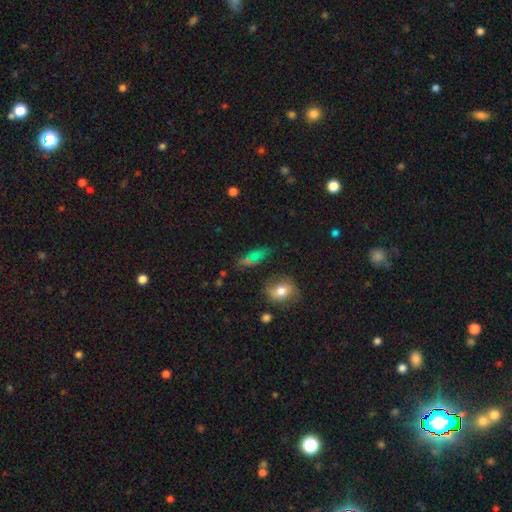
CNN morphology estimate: type=smooth (62%); roundness=in between (65%); merging=none (66%).